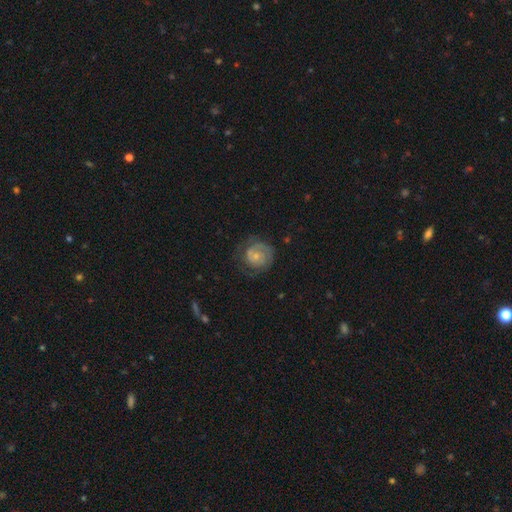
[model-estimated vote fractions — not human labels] smooth-or-featured: featured or disk: 73% | smooth: 21% | star or artifact: 6%
  disk-edge-on: no: 98% | yes: 2%
    bar: no: 74% | weak: 22% | strong: 3%
    has-spiral-arms: yes: 91% | no: 9%
      spiral-winding: tight: 64% | medium: 27% | loose: 9%
      spiral-arm-count: 2: 53% | can't tell: 20% | 1: 15% | 3: 7% | 4: 2% | more than 4: 2%
    bulge-size: small: 64% | moderate: 28% | none: 5% | large: 2% | dominant: 1%
  merging: none: 67% | minor disturbance: 19% | major disturbance: 13% | merger: 1%